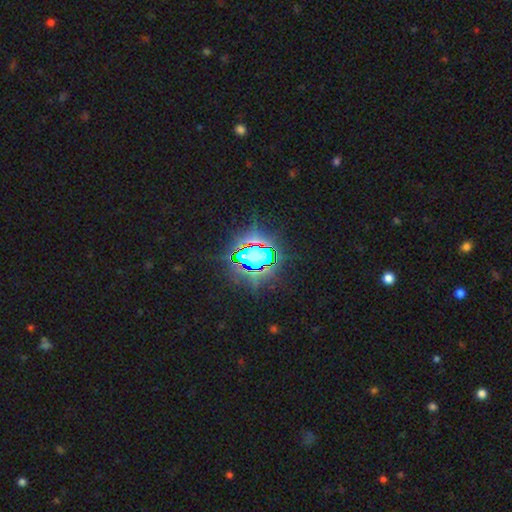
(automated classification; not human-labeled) Morphology: type=star or artifact (79%).